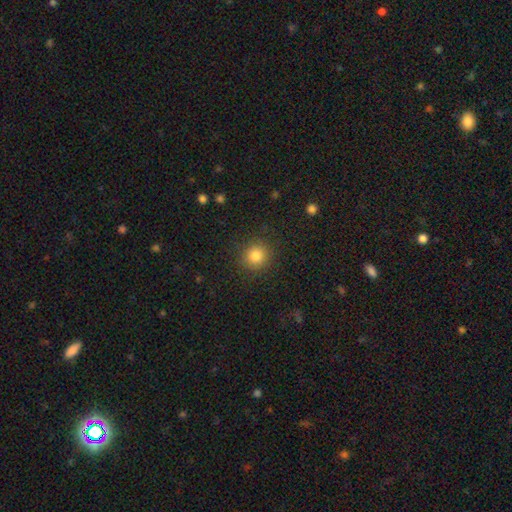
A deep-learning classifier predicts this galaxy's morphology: Smooth or featured? smooth (83%)
How rounded? round (91%)
Merging? none (89%)